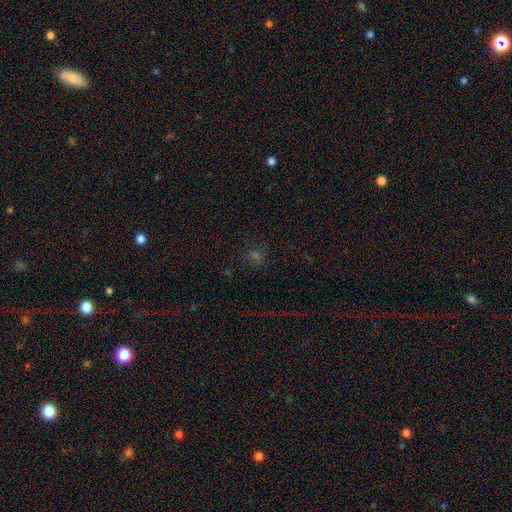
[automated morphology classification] smooth-or-featured: star or artifact: 45% | smooth: 42% | featured or disk: 14%